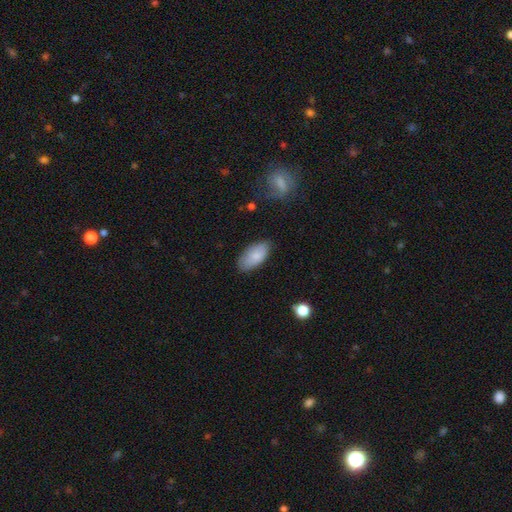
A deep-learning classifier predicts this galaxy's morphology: Smooth or featured? smooth (79%)
How rounded? in between (93%)
Merging? none (77%)